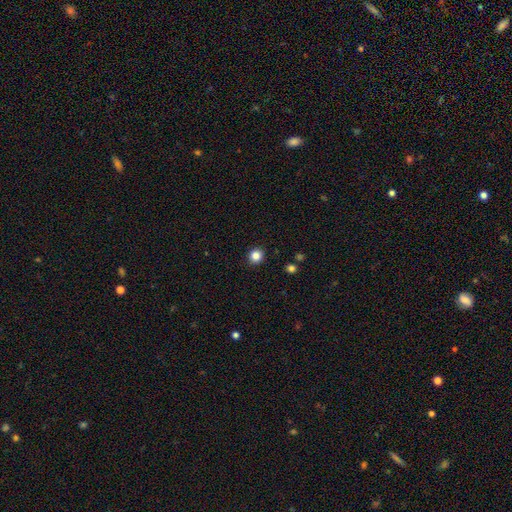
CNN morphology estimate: smooth-or-featured: smooth: 85% | star or artifact: 11% | featured or disk: 4%
  how-rounded: round: 91% | in between: 8% | cigar-shaped: 1%
  merging: none: 92% | minor disturbance: 5% | major disturbance: 2% | merger: 1%